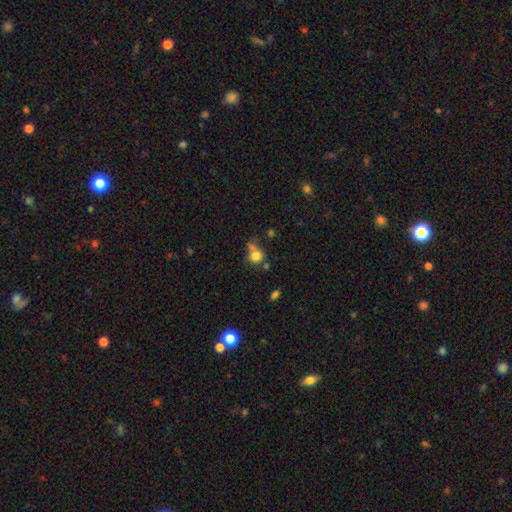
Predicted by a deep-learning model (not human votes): Smooth or featured? smooth (78%)
How rounded? round (80%)
Merging? none (48%)